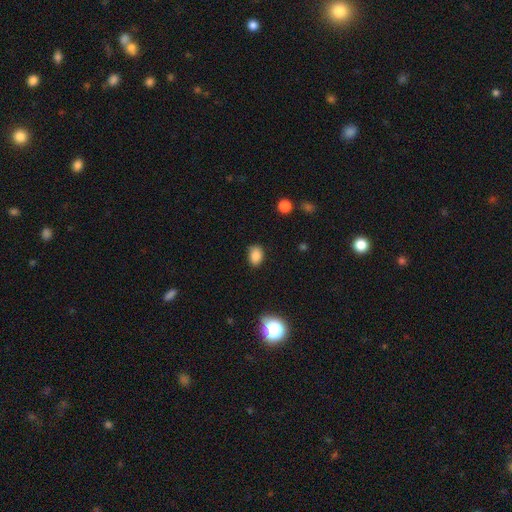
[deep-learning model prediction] This is clearly a smooth galaxy (84%). How rounded: likely in between (74%). Merging: clearly none (83%).